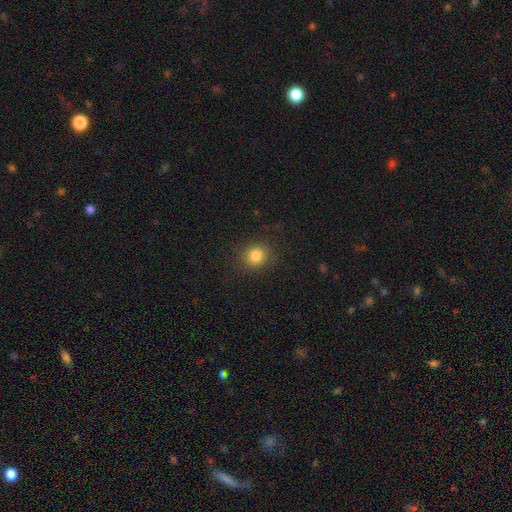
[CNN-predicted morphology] smooth-or-featured: smooth: 83% | star or artifact: 11% | featured or disk: 6%
  how-rounded: round: 82% | in between: 17% | cigar-shaped: 1%
  merging: none: 86% | minor disturbance: 9% | major disturbance: 4% | merger: 1%